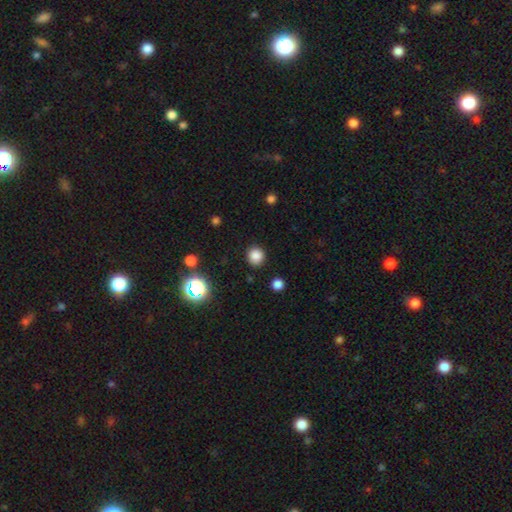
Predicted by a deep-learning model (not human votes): Smooth or featured? Predicted: smooth (p=0.83). How rounded? Predicted: round (p=0.87). Merging? Predicted: none (p=0.89).